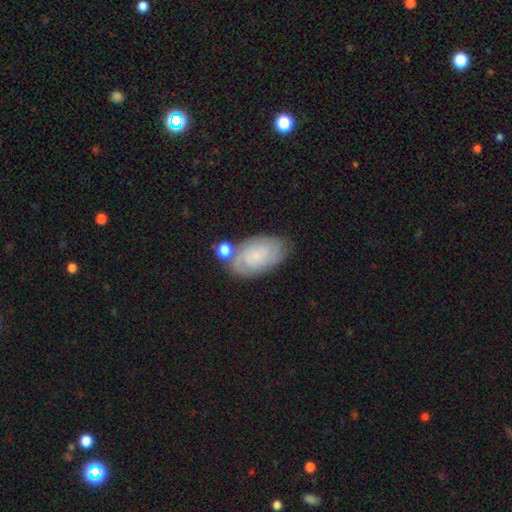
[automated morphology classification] A featured or disk galaxy (62%) with no bar (73%), 2 (41%) tight (65%) spiral arms (92%) and a small central bulge (65%). Merging: none (66%).